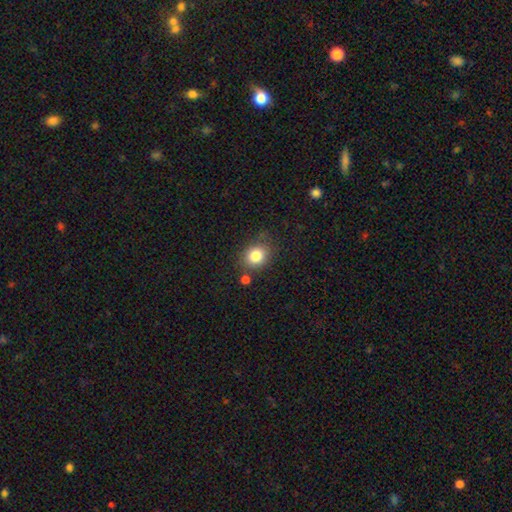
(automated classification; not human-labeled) smooth_or_featured: smooth (p=0.82) [alt: star or artifact p=0.11]
how_rounded: round (p=0.66) [alt: in between p=0.33]
merging: none (p=0.74) [alt: minor disturbance p=0.14]